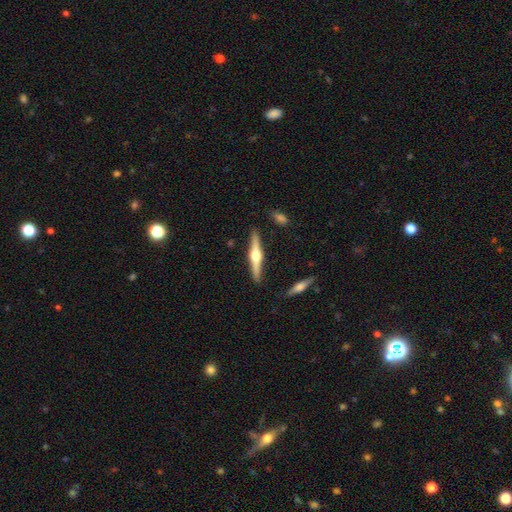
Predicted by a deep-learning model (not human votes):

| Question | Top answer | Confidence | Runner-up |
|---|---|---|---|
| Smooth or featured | featured or disk | 72% | smooth (22%) |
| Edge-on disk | yes | 98% | no (2%) |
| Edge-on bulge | rounded | 95% | boxy (3%) |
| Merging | none | 89% | minor disturbance (7%) |